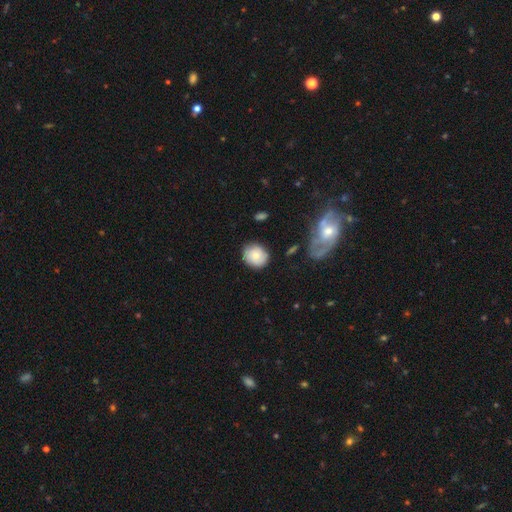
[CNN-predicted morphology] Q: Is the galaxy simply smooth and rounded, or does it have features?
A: smooth — 70%.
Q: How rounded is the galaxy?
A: round — 74%.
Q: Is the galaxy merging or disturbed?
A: none — 77%.